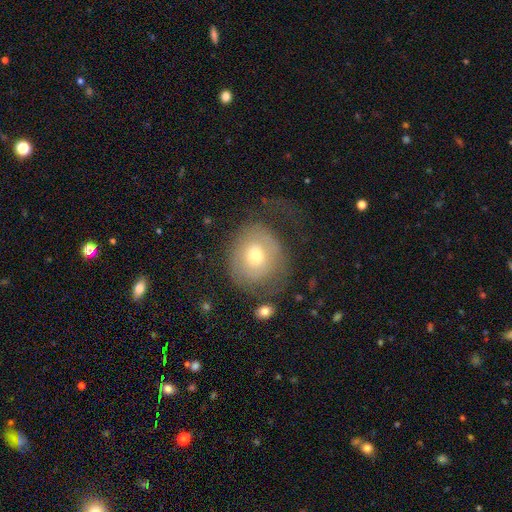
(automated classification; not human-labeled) Smooth or featured? Predicted: smooth (p=0.49). Merging? Predicted: none (p=0.40).